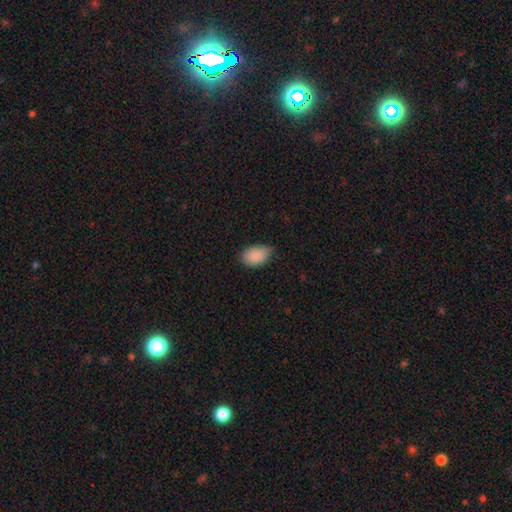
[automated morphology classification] Smooth or featured? Predicted: smooth (p=0.87). How rounded? Predicted: in between (p=0.90). Merging? Predicted: none (p=0.64).